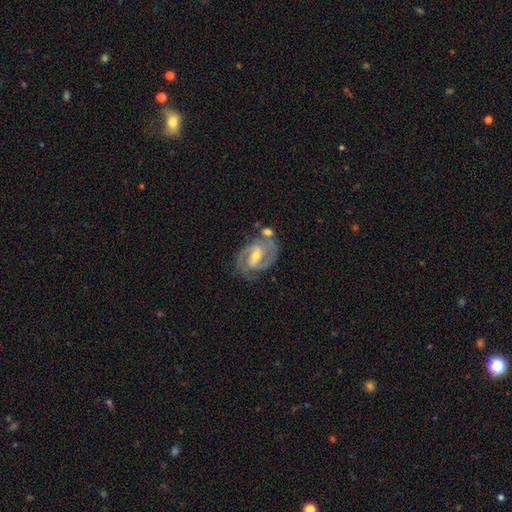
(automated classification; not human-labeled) Overall: featured or disk (89%). Edge-on disk: no (97%). Bar: weak (46%; strong 38%). Spiral arms: yes (97%). Spiral arm count: 2 (89%). Spiral winding: medium (52%; tight 37%). Bulge size: moderate (51%; small 45%). Merging: none (69%).